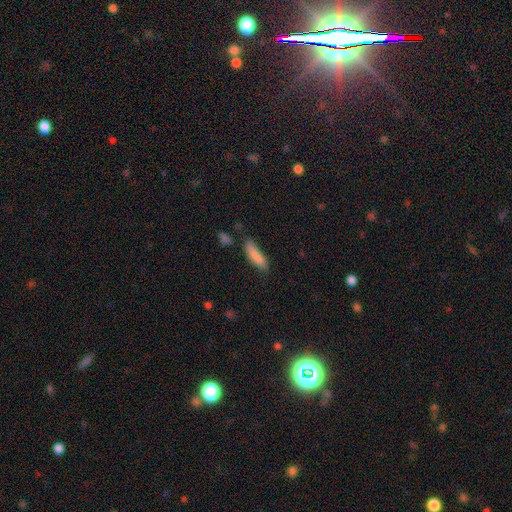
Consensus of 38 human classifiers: Smooth or featured? 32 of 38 (84%) said smooth. How rounded? 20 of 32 (62%) said cigar-shaped. Merging? 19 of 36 (53%) said none.